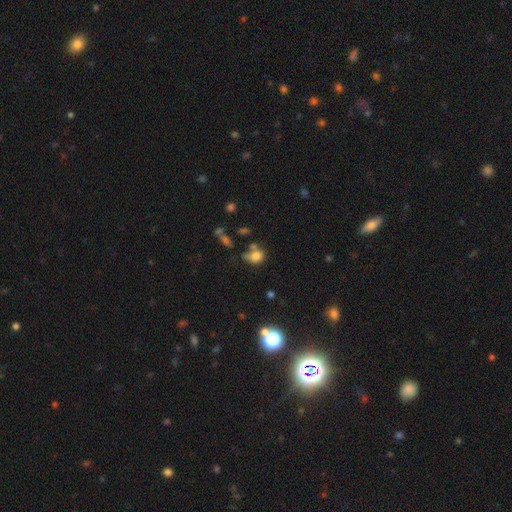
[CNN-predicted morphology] A smooth galaxy with no disk features (76%) that is round (49%, tied with in between). Merging: none (42%).